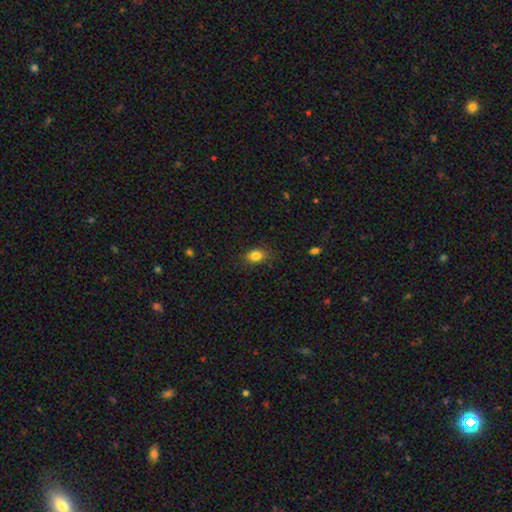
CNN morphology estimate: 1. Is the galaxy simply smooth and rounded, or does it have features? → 84% smooth, 11% star or artifact, 5% featured or disk.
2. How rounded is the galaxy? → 66% in between, 33% round, 1% cigar-shaped.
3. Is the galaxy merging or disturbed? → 81% none, 14% minor disturbance, 4% major disturbance, 1% merger.